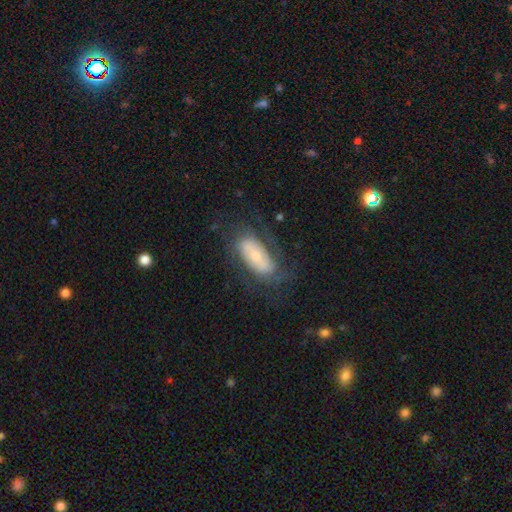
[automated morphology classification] This appears to be a featured or disk galaxy (55%). Merging: none (63%).